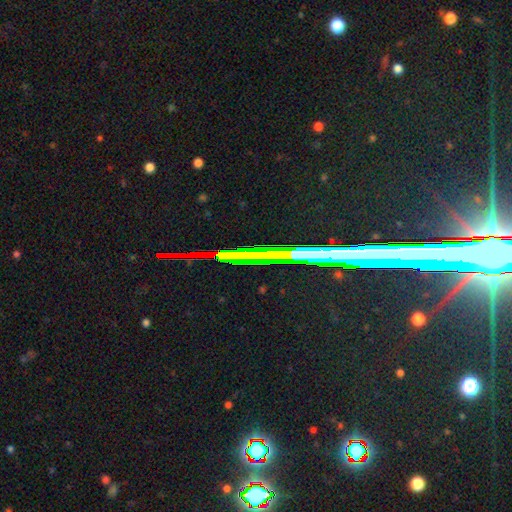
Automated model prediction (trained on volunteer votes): star or artifact 78%, featured or disk 13%, smooth 9%.